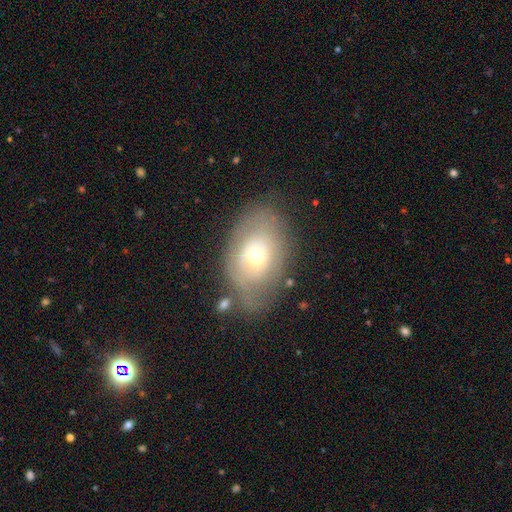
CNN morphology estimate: This appears to be a smooth galaxy with no disk features (47%). Merging: none (60%).